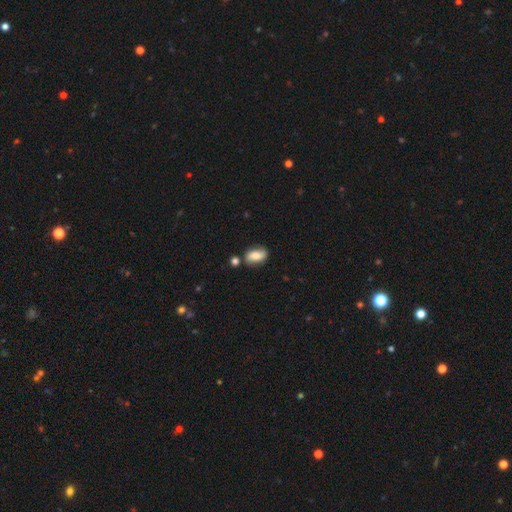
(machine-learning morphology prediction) Smooth or featured? smooth (65%)
How rounded? in between (87%)
Merging? none (72%)